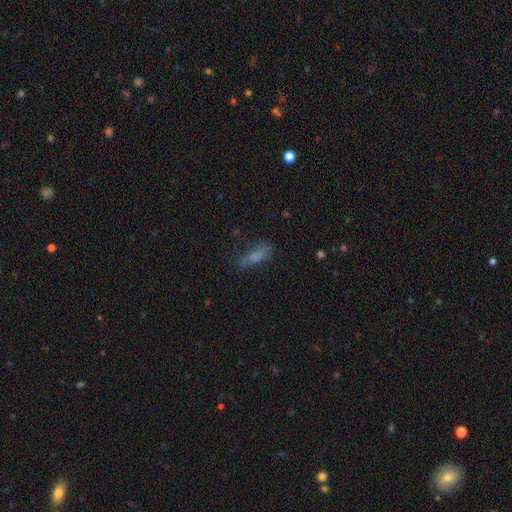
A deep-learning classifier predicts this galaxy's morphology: Q: Smooth or featured?
A: smooth (66%); runner-up: featured or disk (22%)
Q: How rounded?
A: cigar-shaped (56%); runner-up: in between (41%)
Q: Merging?
A: none (58%); runner-up: minor disturbance (25%)